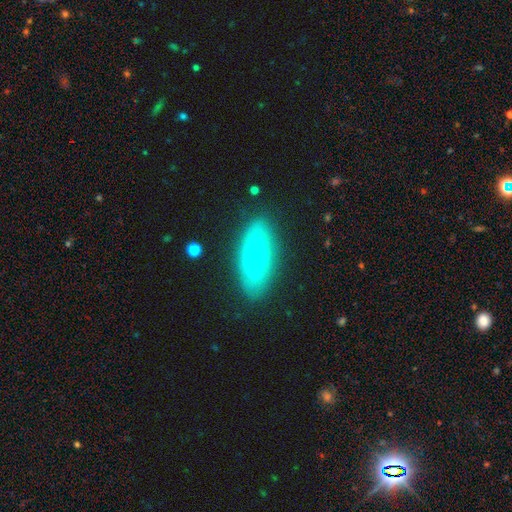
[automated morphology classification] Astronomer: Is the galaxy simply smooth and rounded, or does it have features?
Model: smooth — 52% (runner-up: featured or disk, 41%).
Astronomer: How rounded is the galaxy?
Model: in between — 83%.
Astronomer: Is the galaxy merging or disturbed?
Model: none — 83%.